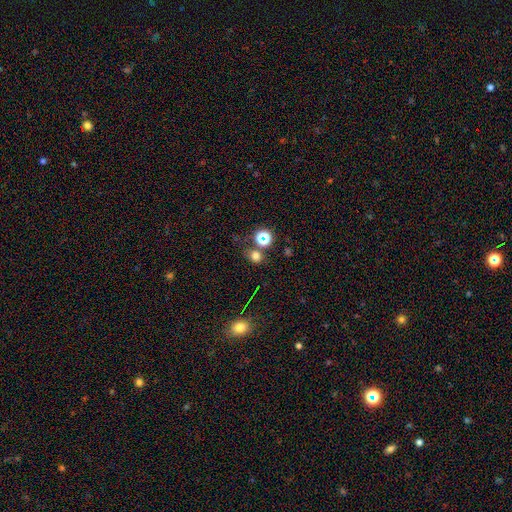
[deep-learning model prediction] Morphology: type=smooth (65%); roundness=round (69%); merging=none (69%).